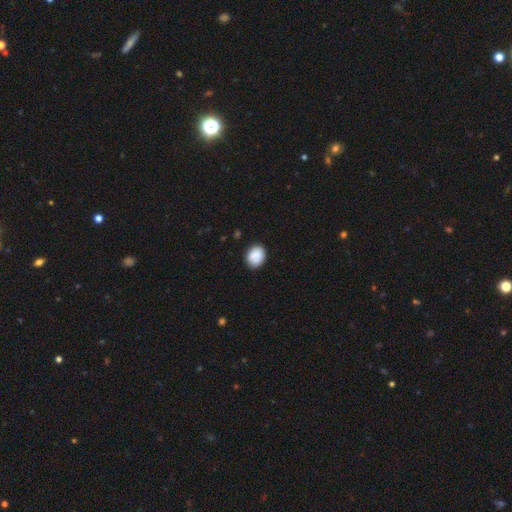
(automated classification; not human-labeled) The model was most divided on "how rounded": round: 54%, in between: 45%, cigar-shaped: 1%. More confident: smooth or featured — smooth (85%); merging — none (83%).